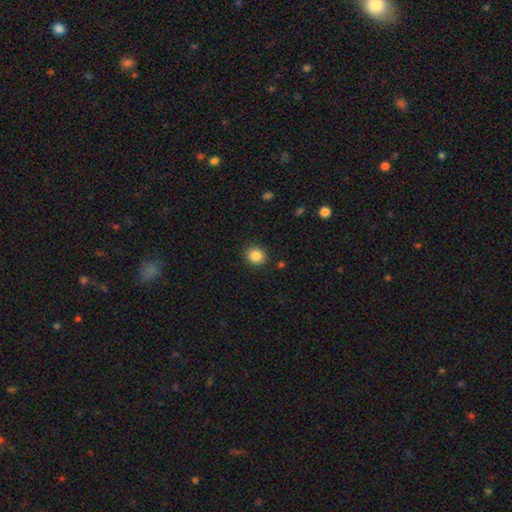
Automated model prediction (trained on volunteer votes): This is clearly a smooth galaxy (86%). How rounded: likely round (80%). Merging: clearly none (88%).